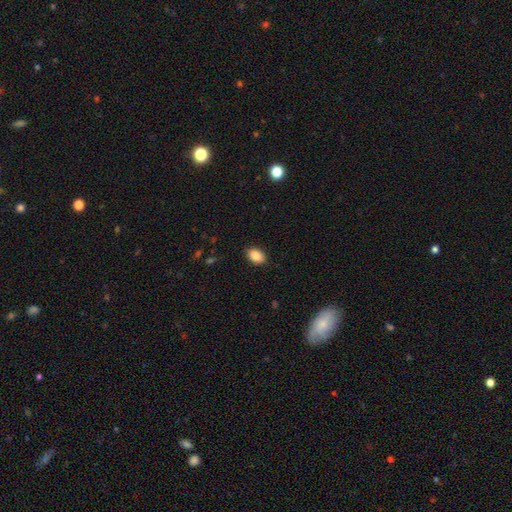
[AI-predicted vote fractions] A smooth galaxy with no disk features (86%) that is in between round and cigar-shaped (83%).

Vote fractions:
- Smooth or featured? smooth: 86% / star or artifact: 8% / featured or disk: 6%
- How rounded? in between: 83% / round: 16% / cigar-shaped: 1%
- Merging? none: 88% / minor disturbance: 9% / major disturbance: 2% / merger: 1%